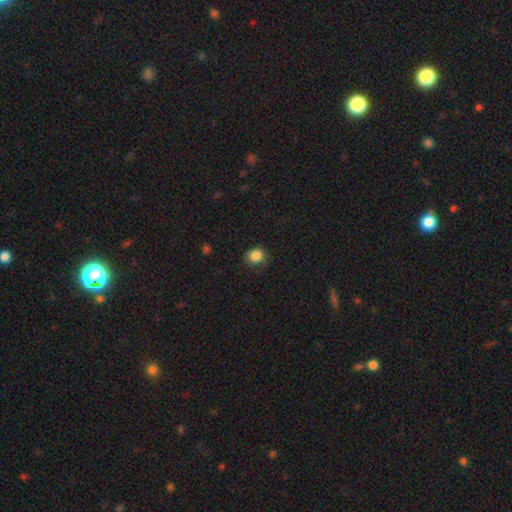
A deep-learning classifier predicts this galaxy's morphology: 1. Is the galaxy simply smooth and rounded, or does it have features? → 85% smooth, 11% star or artifact, 4% featured or disk.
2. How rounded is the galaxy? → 70% round, 29% in between, 1% cigar-shaped.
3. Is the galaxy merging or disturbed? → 81% none, 15% minor disturbance, 3% major disturbance, 1% merger.